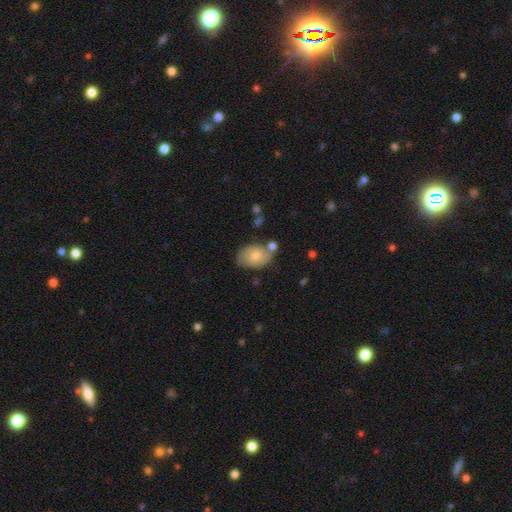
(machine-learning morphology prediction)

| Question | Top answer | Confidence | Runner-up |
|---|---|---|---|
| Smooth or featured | smooth | 65% | featured or disk (28%) |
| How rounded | in between | 82% | round (16%) |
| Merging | none | 61% | minor disturbance (21%) |